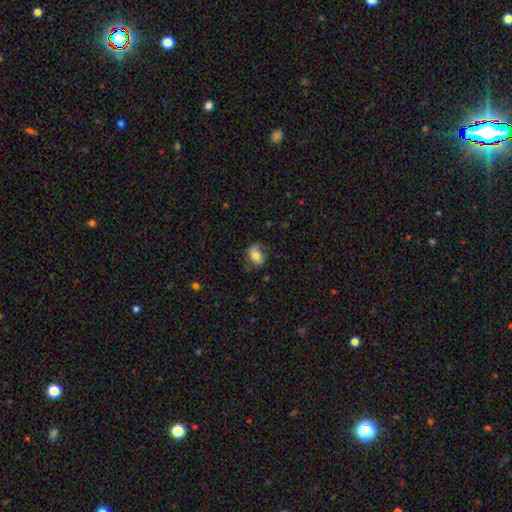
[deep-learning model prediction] Overall: smooth (75%). How rounded: in between (59%; round 39%). Merging: none (69%).